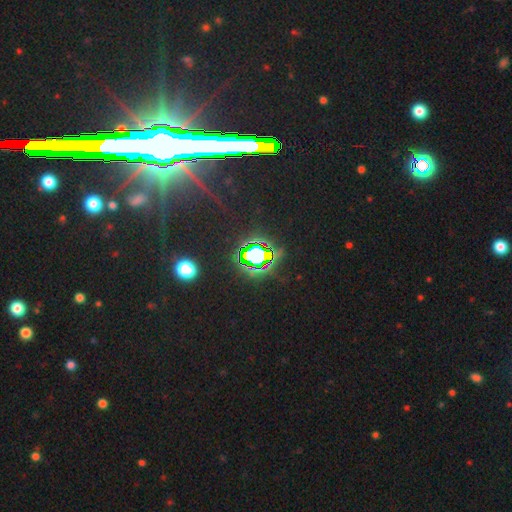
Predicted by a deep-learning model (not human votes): Morphology: type=star or artifact (77%).